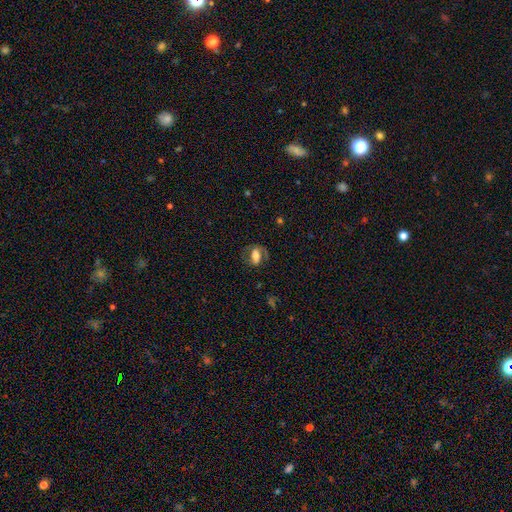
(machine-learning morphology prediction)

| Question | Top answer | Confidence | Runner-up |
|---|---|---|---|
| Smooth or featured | smooth | 53% | featured or disk (37%) |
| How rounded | in between | 80% | round (14%) |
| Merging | none | 63% | minor disturbance (19%) |